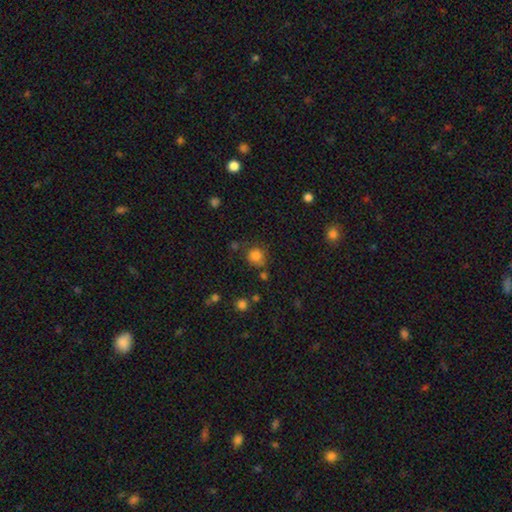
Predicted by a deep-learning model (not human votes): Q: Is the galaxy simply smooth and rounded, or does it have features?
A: smooth — 81%.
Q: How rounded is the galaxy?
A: round — 84%.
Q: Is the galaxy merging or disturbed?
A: none — 69%.